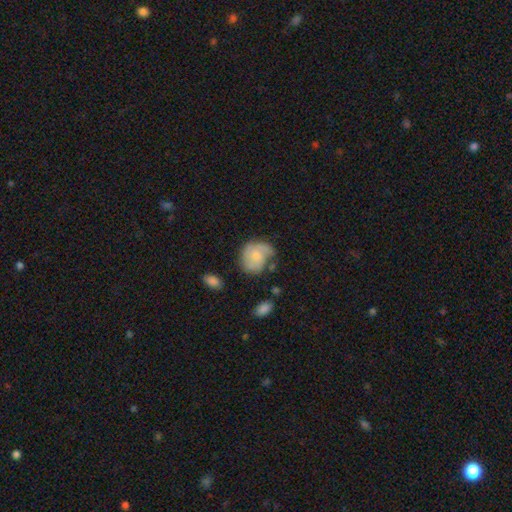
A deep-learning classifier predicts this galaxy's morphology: Smooth or featured: featured or disk — 54% (smooth — 39%)
Edge-on disk: no — 98% (yes — 2%)
Bar: no — 73% (weak — 24%)
Spiral arms: yes — 83% (no — 17%)
Bulge size: small — 49% (moderate — 38%)
Merging: none — 50% (minor disturbance — 31%)